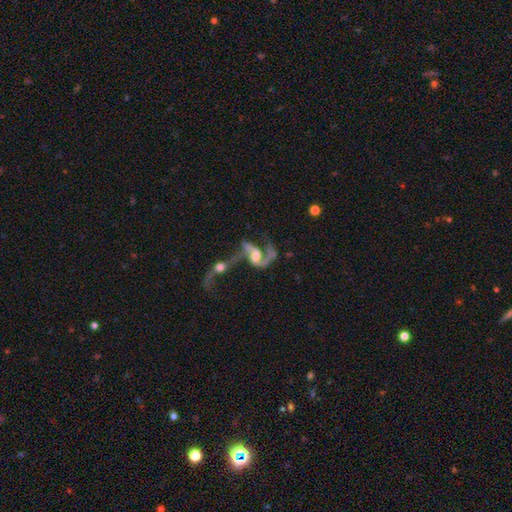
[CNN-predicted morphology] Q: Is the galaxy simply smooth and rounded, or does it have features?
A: featured or disk — 83%.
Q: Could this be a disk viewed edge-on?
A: no — 96%.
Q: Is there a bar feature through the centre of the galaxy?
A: no — 44%.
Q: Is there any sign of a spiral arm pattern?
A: yes — 92%.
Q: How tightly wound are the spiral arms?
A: loose — 70%.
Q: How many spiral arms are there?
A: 2 — 81%.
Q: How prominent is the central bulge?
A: moderate — 52%.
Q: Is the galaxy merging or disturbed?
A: merger — 65%.